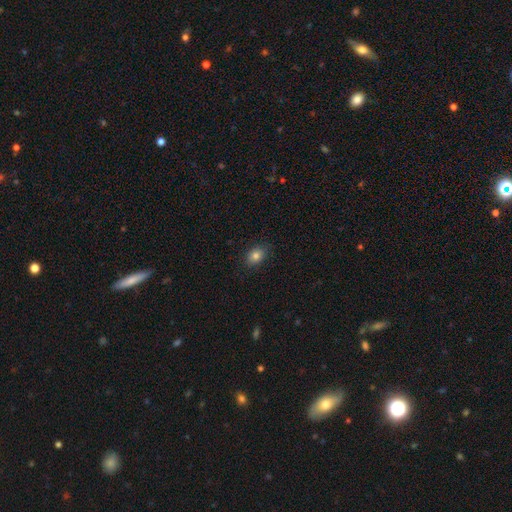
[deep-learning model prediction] smooth_or_featured: smooth (p=0.81) [alt: star or artifact p=0.10]
how_rounded: in between (p=0.73) [alt: round p=0.26]
merging: none (p=0.85) [alt: minor disturbance p=0.12]